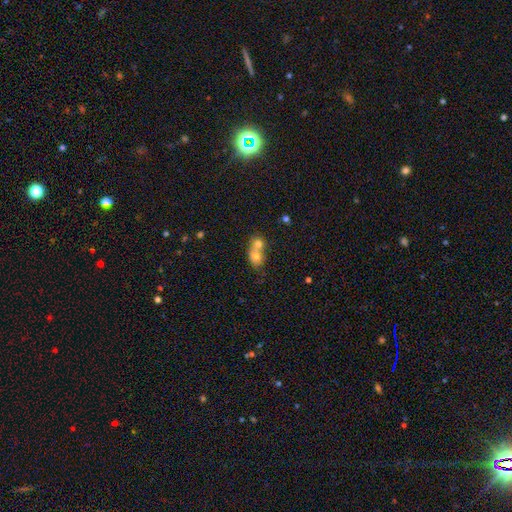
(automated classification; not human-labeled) This appears to be a smooth galaxy with no disk features (72%) that is round (54%). Merging: merger (71%).